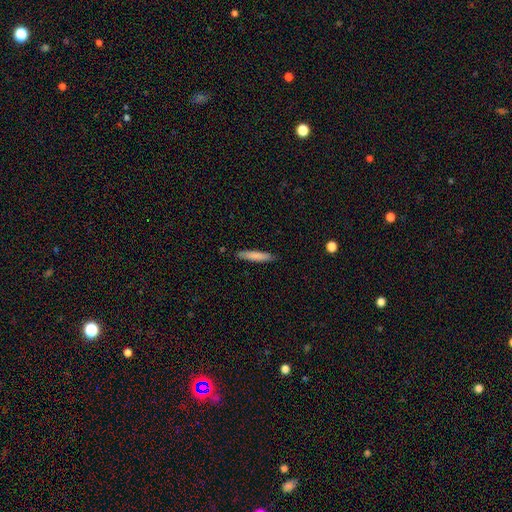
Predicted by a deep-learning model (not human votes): Smooth or featured?
  - smooth: 80% *
  - featured or disk: 14%
  - star or artifact: 6%
How rounded?
  - cigar-shaped: 90% *
  - in between: 9%
  - round: 1%
Merging?
  - none: 88% *
  - minor disturbance: 9%
  - major disturbance: 2%
  - merger: 1%